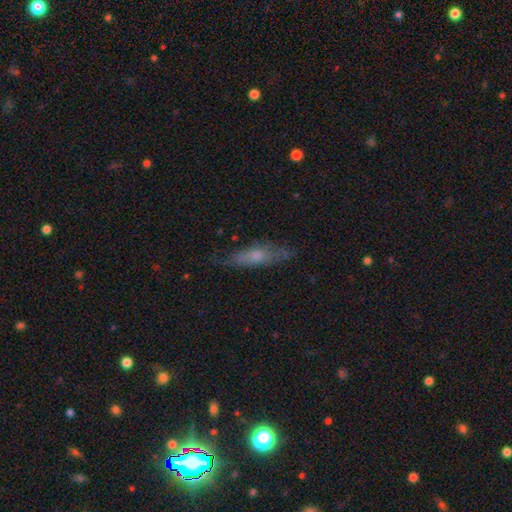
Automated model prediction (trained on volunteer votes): Smooth or featured?
  - smooth: 48% *
  - featured or disk: 43%
  - star or artifact: 8%
Merging?
  - none: 69% *
  - minor disturbance: 22%
  - major disturbance: 7%
  - merger: 2%